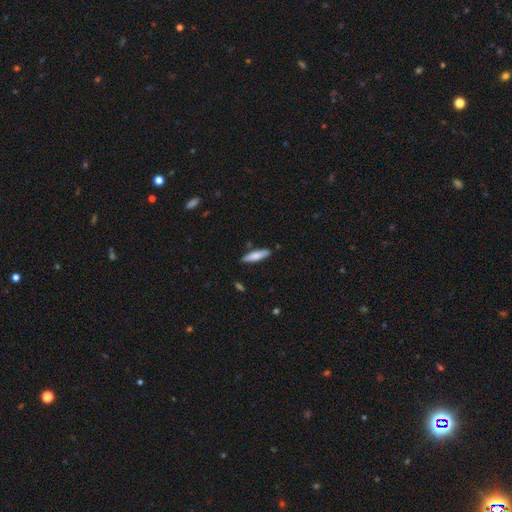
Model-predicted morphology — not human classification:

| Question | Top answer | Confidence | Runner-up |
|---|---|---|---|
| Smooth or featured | smooth | 79% | featured or disk (15%) |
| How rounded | cigar-shaped | 68% | in between (30%) |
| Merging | none | 86% | minor disturbance (10%) |